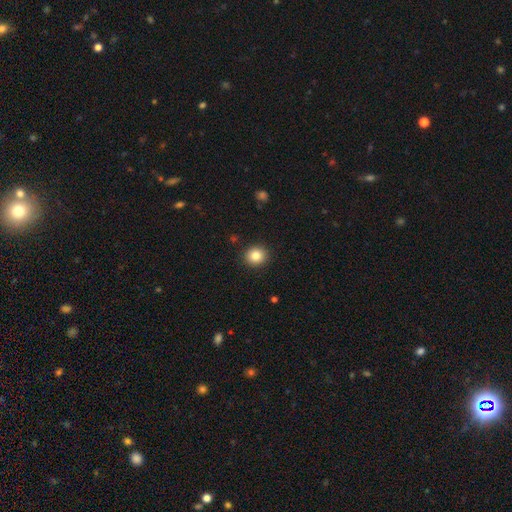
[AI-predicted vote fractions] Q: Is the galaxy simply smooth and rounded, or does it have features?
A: smooth — 84%.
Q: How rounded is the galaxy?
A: round — 86%.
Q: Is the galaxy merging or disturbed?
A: none — 91%.